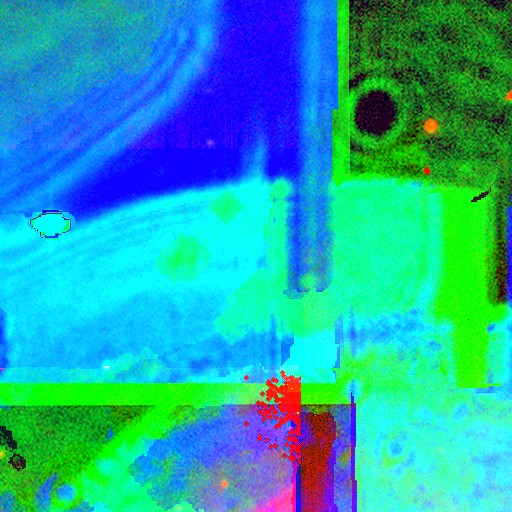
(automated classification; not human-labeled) Morphology: type=star or artifact (88%).